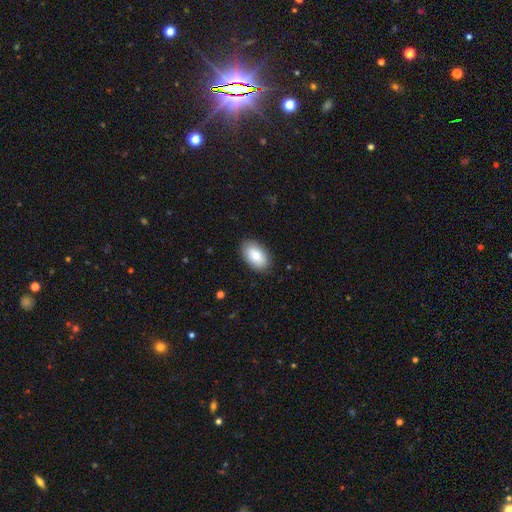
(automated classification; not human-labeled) Overall: smooth (85%). How rounded: in between (94%). Merging: none (87%).